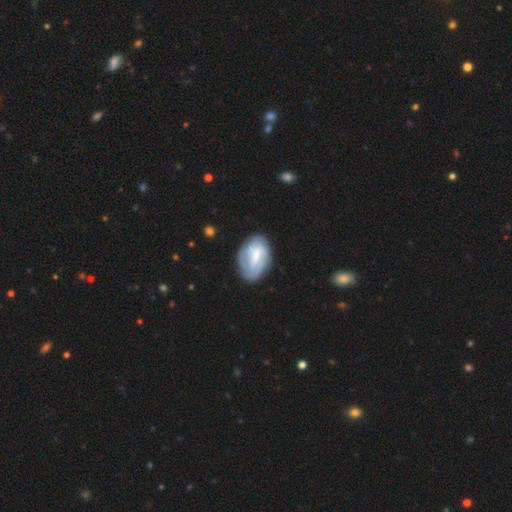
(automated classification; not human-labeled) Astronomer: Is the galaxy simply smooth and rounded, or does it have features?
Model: featured or disk — 57% (runner-up: smooth, 36%).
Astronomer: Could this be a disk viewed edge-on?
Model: no — 96%.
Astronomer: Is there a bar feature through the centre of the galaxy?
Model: weak — 46% (runner-up: strong, 35%).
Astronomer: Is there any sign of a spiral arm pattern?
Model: yes — 70%.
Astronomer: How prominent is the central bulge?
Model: small — 34% (runner-up: moderate, 32%).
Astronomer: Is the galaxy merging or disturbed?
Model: none — 66%.